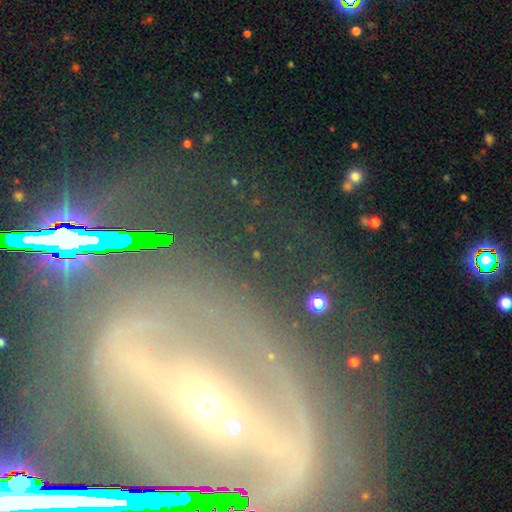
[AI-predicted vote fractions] A featured or disk galaxy (76%) with a strong bar (73%), 2 (70%) tight (42%) spiral arms (81%) and a small central bulge (71%).

Vote fractions:
- Smooth or featured? featured or disk: 76% / star or artifact: 13% / smooth: 10%
- Edge-on disk? no: 91% / yes: 9%
- Bar? strong: 73% / weak: 16% / no: 11%
- Spiral arms? yes: 81% / no: 19%
- Spiral winding? tight: 42% / medium: 39% / loose: 19%
- Spiral arm count? 2: 70% / can't tell: 13% / 3: 5% / 1: 4% / 4: 4% / more than 4: 4%
- Bulge size? small: 71% / moderate: 22% / large: 3% / dominant: 2% / none: 2%
- Merging? none: 67% / minor disturbance: 15% / major disturbance: 13% / merger: 5%